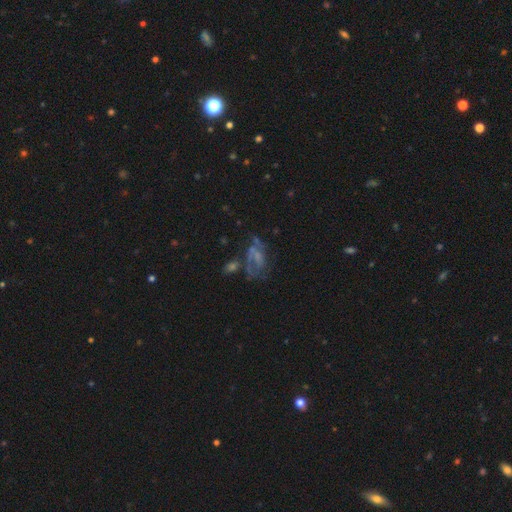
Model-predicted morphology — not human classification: smooth_or_featured: featured or disk (p=0.57) [alt: smooth p=0.23]
disk_edge_on: no (p=0.96) [alt: yes p=0.04]
bar: no (p=0.61) [alt: weak p=0.29]
has_spiral_arms: yes (p=0.57) [alt: no p=0.43]
bulge_size: none (p=0.50) [alt: small p=0.28]
merging: none (p=0.35) [alt: major disturbance p=0.30]